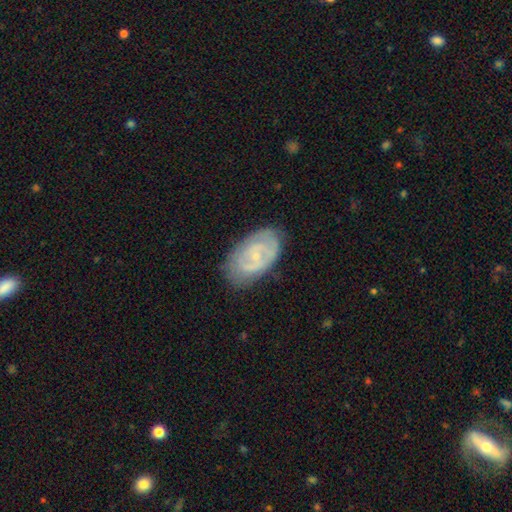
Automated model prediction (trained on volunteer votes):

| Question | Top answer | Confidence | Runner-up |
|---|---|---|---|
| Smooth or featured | featured or disk | 65% | smooth (27%) |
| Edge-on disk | no | 95% | yes (5%) |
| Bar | no | 54% | weak (37%) |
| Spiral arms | yes | 71% | no (29%) |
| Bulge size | small | 69% | moderate (18%) |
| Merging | none | 74% | minor disturbance (19%) |